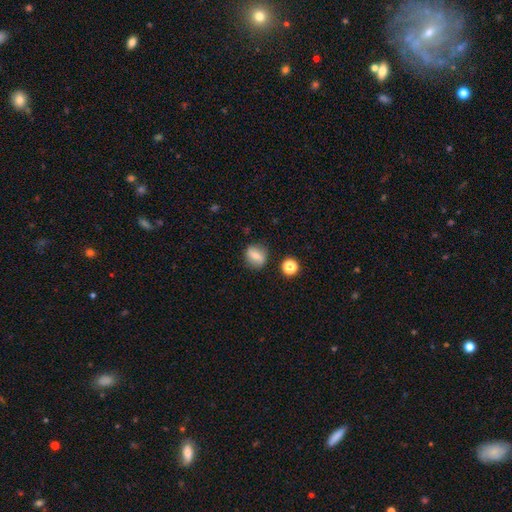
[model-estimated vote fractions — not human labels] smooth_or_featured: smooth (p=0.59) [alt: featured or disk p=0.30]
how_rounded: round (p=0.65) [alt: in between p=0.31]
merging: none (p=0.82) [alt: minor disturbance p=0.12]